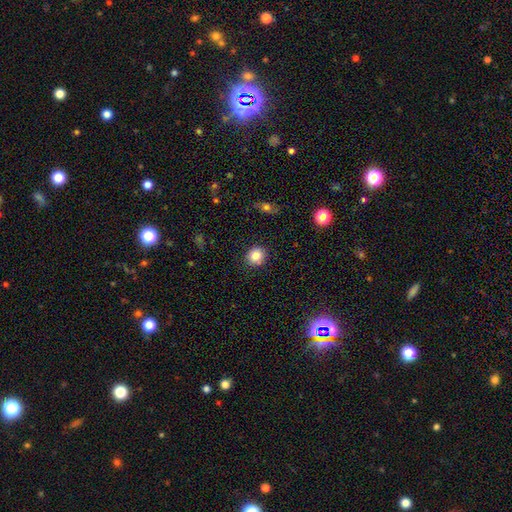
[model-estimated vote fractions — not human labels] This is clearly a smooth galaxy (84%). How rounded: clearly round (83%). Merging: clearly none (88%).